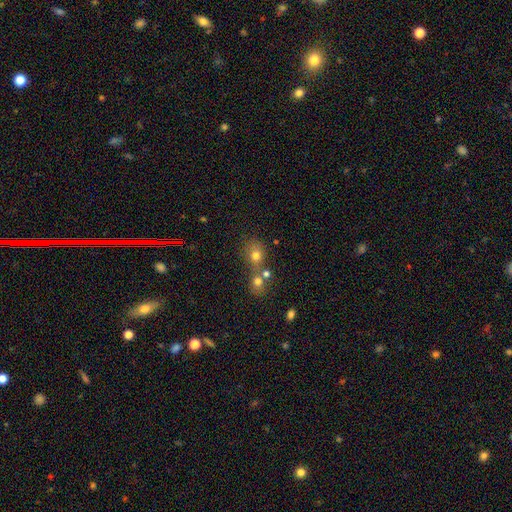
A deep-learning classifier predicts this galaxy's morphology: Smooth or featured? Predicted: smooth (p=0.69). How rounded? Predicted: round (p=0.71). Merging? Predicted: merger (p=0.47).